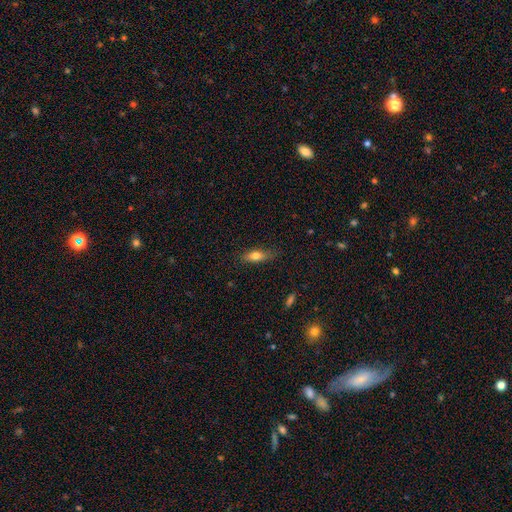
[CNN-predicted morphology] A smooth galaxy with no disk features (73%) that is in between round and cigar-shaped (62%).

Vote fractions:
- Smooth or featured? smooth: 73% / featured or disk: 19% / star or artifact: 8%
- How rounded? in between: 62% / cigar-shaped: 34% / round: 4%
- Merging? none: 73% / minor disturbance: 20% / major disturbance: 5% / merger: 1%